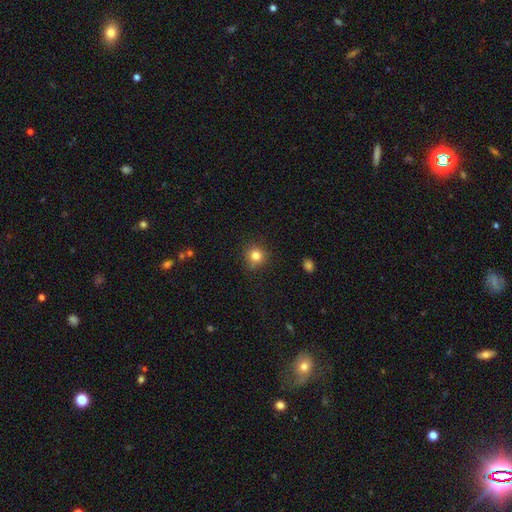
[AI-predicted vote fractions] Smooth or featured? smooth (82%)
How rounded? round (91%)
Merging? none (85%)